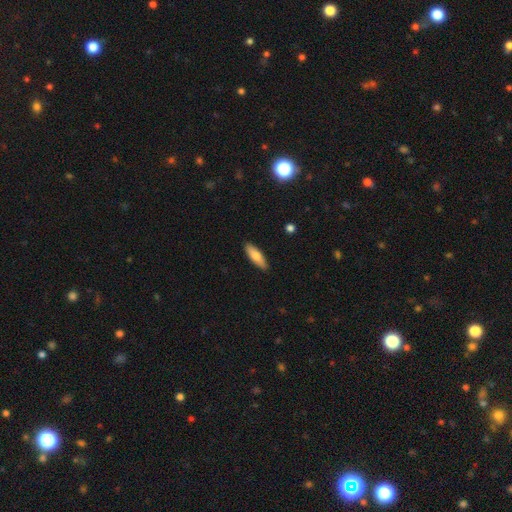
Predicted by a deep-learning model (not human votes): smooth-or-featured: smooth: 73% | featured or disk: 21% | star or artifact: 6%
  how-rounded: cigar-shaped: 51% | in between: 47% | round: 2%
  merging: none: 89% | minor disturbance: 8% | major disturbance: 2% | merger: 1%